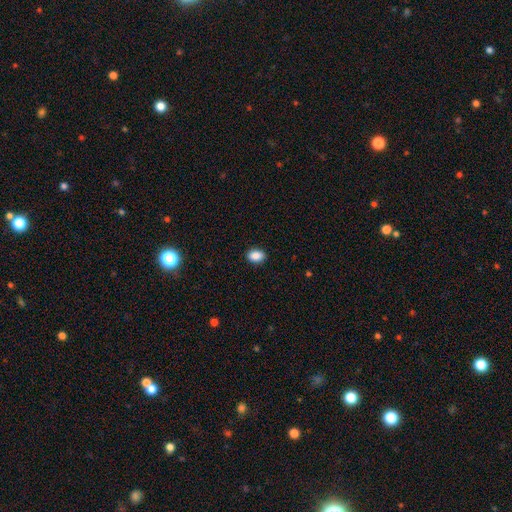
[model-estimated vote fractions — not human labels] A smooth galaxy with no disk features (88%) that is in between round and cigar-shaped (75%). Merging: none (90%).